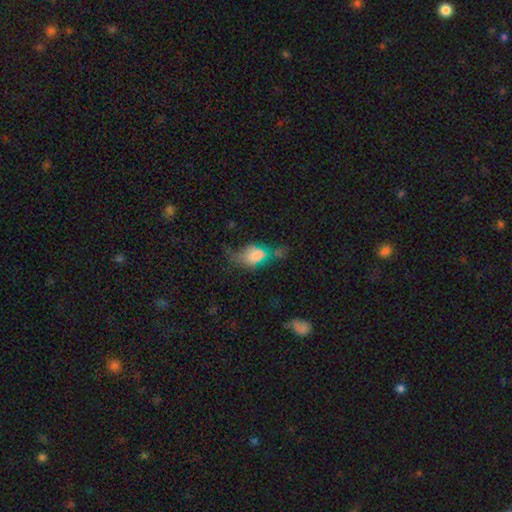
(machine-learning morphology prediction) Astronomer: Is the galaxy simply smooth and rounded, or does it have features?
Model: smooth — 64%.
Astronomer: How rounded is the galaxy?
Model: in between — 77%.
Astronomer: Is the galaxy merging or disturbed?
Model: none — 34% (runner-up: minor disturbance, 29%).